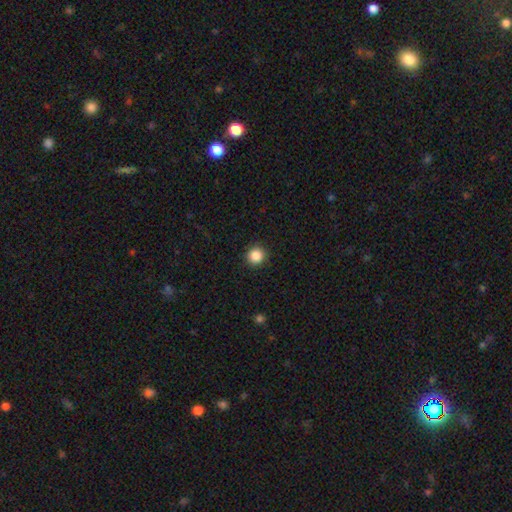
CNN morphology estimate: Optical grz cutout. It shows a smooth galaxy with no disk features (86%) that is round (94%). Merging: none (92%).